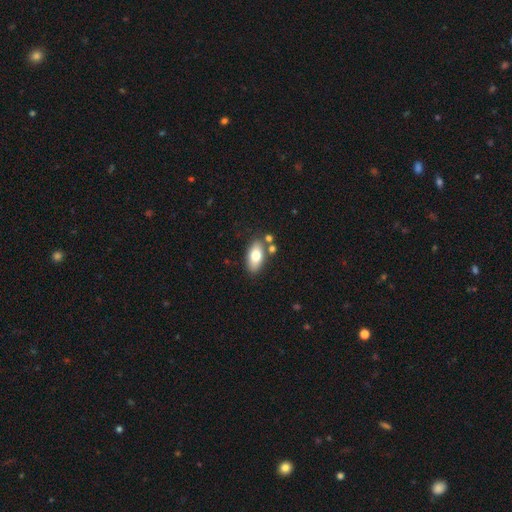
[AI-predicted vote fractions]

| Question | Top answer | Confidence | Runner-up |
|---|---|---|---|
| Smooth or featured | smooth | 75% | featured or disk (18%) |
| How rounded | in between | 90% | cigar-shaped (5%) |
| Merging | none | 76% | minor disturbance (12%) |